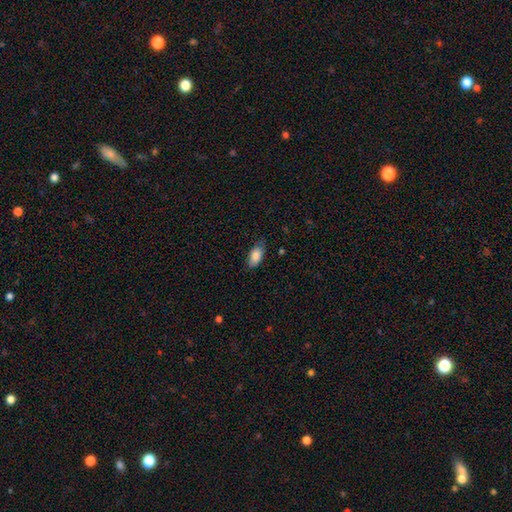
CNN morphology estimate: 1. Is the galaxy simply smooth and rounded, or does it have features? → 85% smooth, 8% featured or disk, 7% star or artifact.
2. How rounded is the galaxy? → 90% in between, 7% cigar-shaped, 3% round.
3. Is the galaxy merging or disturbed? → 76% none, 19% minor disturbance, 4% major disturbance, 1% merger.